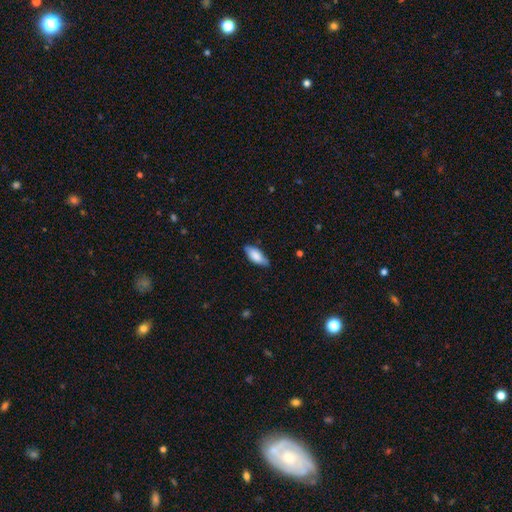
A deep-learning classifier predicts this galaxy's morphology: type=smooth (80%); roundness=in between (81%); merging=none (78%).